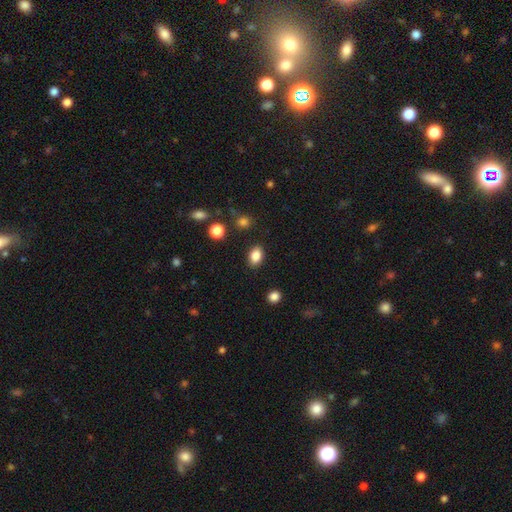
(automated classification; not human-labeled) A smooth galaxy with no disk features (86%) that is in between round and cigar-shaped (81%).

Vote fractions:
- Smooth or featured? smooth: 86% / star or artifact: 9% / featured or disk: 5%
- How rounded? in between: 81% / round: 17% / cigar-shaped: 1%
- Merging? none: 87% / minor disturbance: 9% / major disturbance: 2% / merger: 2%